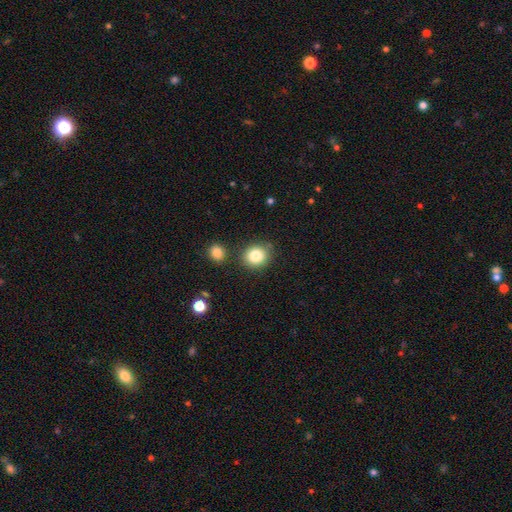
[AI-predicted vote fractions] Smooth or featured: smooth — 84% (star or artifact — 9%)
How rounded: round — 74% (in between — 25%)
Merging: none — 77% (minor disturbance — 11%)